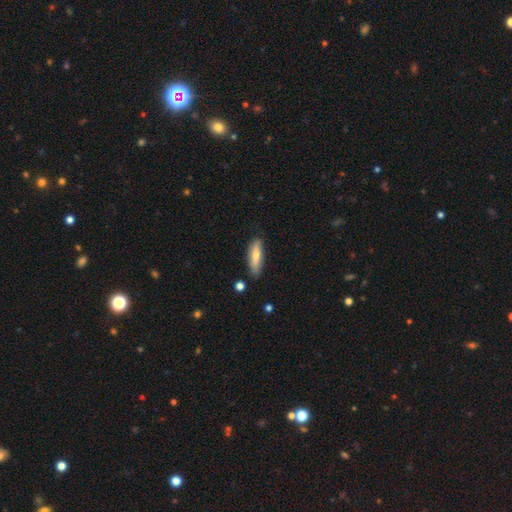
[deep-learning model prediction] Smooth or featured? smooth (73%)
How rounded? cigar-shaped (59%)
Merging? none (82%)